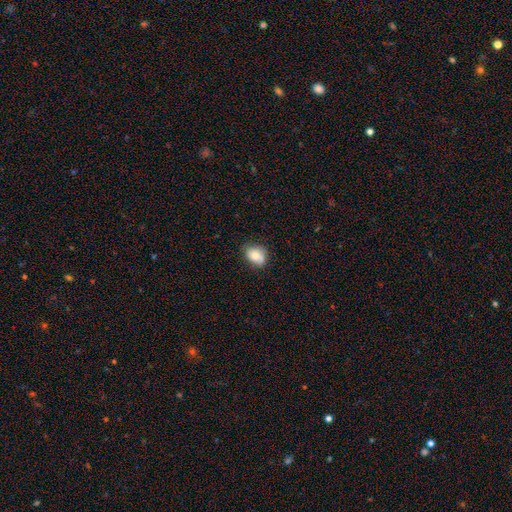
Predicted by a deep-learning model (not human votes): The model was most divided on "how rounded": in between: 64%, round: 35%, cigar-shaped: 1%. More confident: smooth or featured — smooth (77%); merging — none (71%).